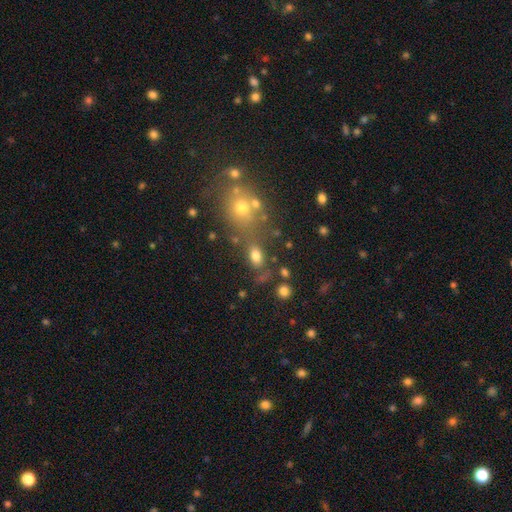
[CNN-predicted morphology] smooth_or_featured: smooth (p=0.76) [alt: star or artifact p=0.14]
how_rounded: in between (p=0.81) [alt: round p=0.15]
merging: none (p=0.61) [alt: merger p=0.16]